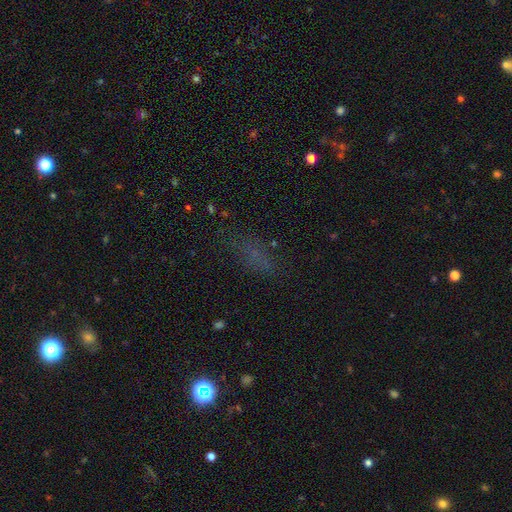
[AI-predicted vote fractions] The model was most divided on "smooth or featured": smooth: 51%, star or artifact: 34%, featured or disk: 15%. More confident: merging — none (67%); how rounded — in between (67%).